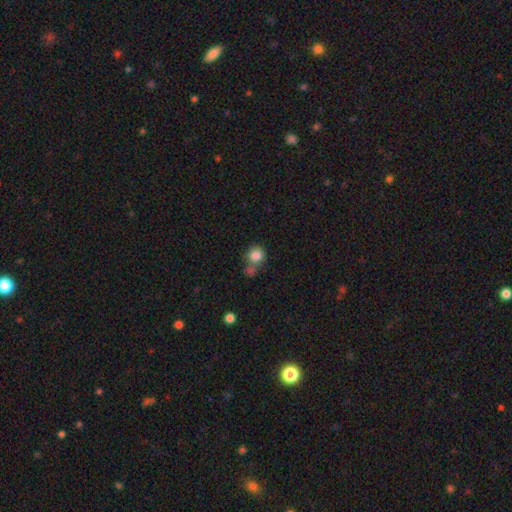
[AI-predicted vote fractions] smooth-or-featured: smooth: 84% | star or artifact: 10% | featured or disk: 7%
  how-rounded: round: 85% | in between: 14% | cigar-shaped: 1%
  merging: none: 51% | merger: 31% | minor disturbance: 12% | major disturbance: 5%